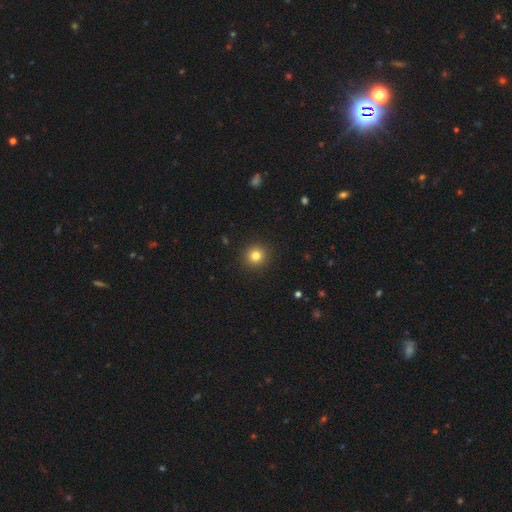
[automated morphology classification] smooth 81%, star or artifact 12%, featured or disk 7%. Down the decision tree: how rounded — round (94%); merging — none (92%).